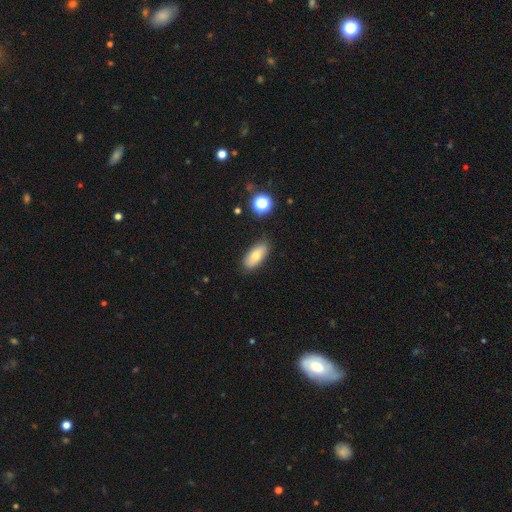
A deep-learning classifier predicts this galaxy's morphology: A smooth galaxy with no disk features (71%) that is in between round and cigar-shaped (84%). Merging: none (86%).